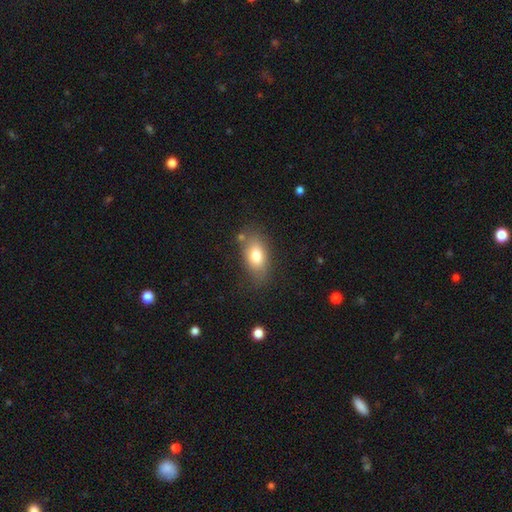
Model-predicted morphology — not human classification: Smooth or featured?
  - smooth: 77% *
  - featured or disk: 15%
  - star or artifact: 8%
How rounded?
  - in between: 88% *
  - round: 8%
  - cigar-shaped: 4%
Merging?
  - none: 72% *
  - minor disturbance: 18%
  - major disturbance: 6%
  - merger: 5%